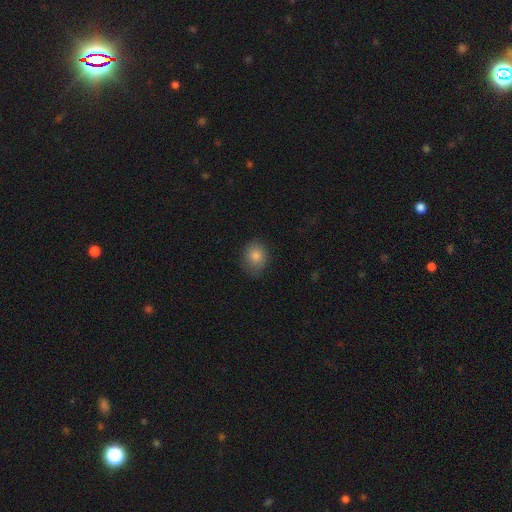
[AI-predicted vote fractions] Smooth or featured? smooth (82%)
How rounded? round (59%)
Merging? none (81%)